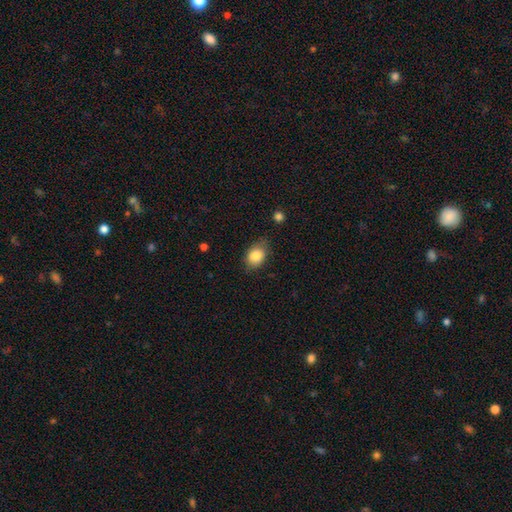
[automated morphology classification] type=smooth (84%); roundness=in between (75%); merging=none (73%).